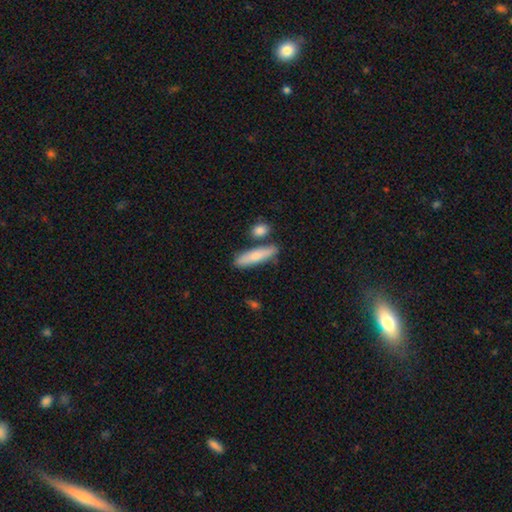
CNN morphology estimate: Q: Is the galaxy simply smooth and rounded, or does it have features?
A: smooth — 76%.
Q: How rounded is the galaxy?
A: cigar-shaped — 73%.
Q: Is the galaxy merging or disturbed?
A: none — 76%.